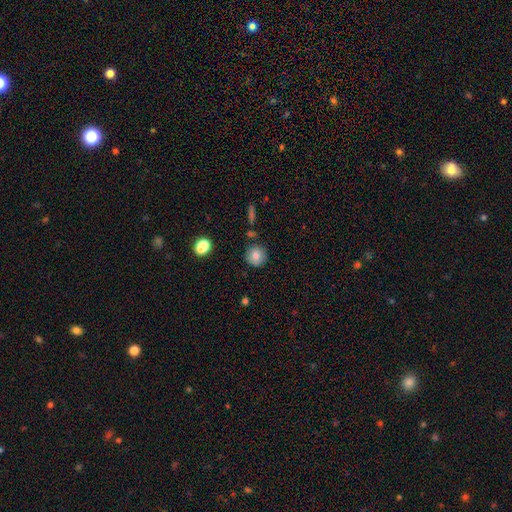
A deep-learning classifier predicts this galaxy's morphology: Smooth or featured? Predicted: smooth (p=0.79). How rounded? Predicted: round (p=0.92). Merging? Predicted: none (p=0.84).